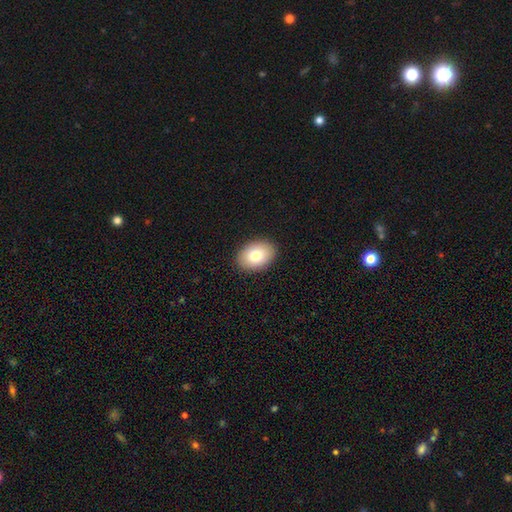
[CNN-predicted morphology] Q: Smooth or featured?
A: smooth (78%); runner-up: featured or disk (14%)
Q: How rounded?
A: in between (79%); runner-up: round (20%)
Q: Merging?
A: none (90%); runner-up: minor disturbance (7%)